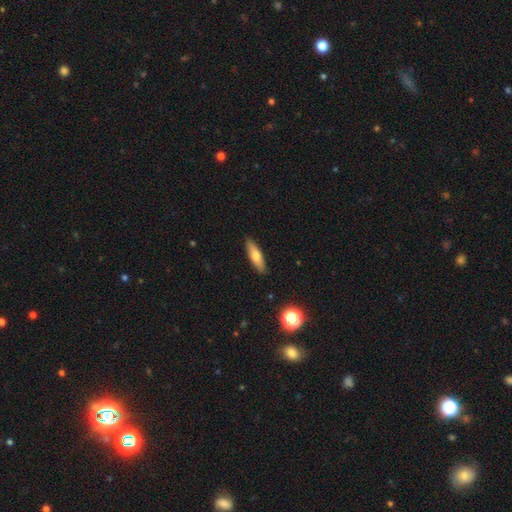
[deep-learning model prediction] smooth 67%, featured or disk 26%, star or artifact 7%. Down the decision tree: how rounded — cigar-shaped (61%); merging — none (88%).